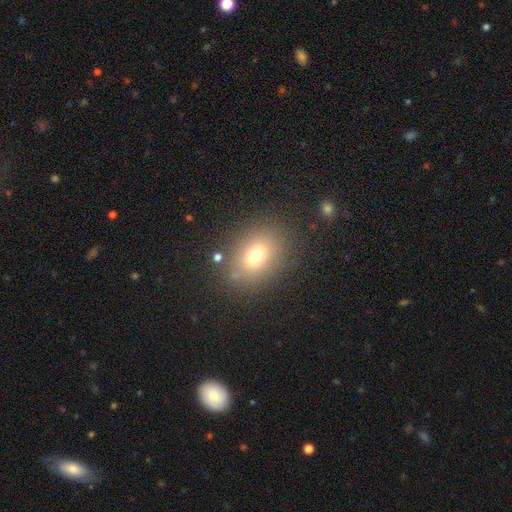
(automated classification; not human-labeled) This is likely a smooth galaxy (71%). How rounded: possibly in between (56%). Merging: clearly none (81%).